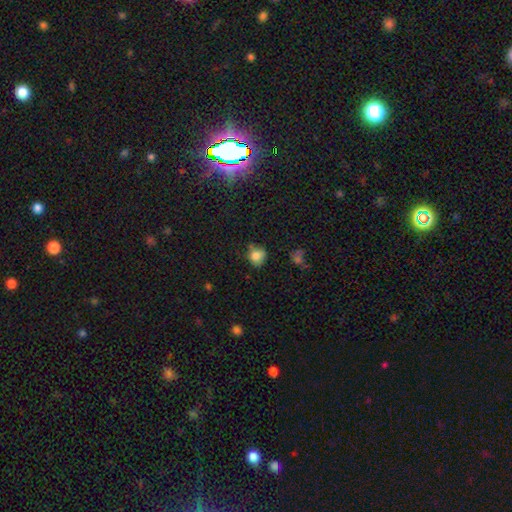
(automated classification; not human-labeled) Smooth or featured? smooth (81%)
How rounded? round (78%)
Merging? none (66%)